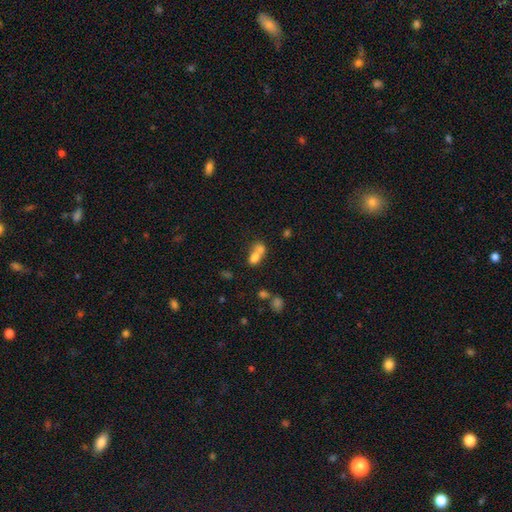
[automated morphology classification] Smooth or featured: smooth — 72% (featured or disk — 17%)
How rounded: in between — 67% (round — 30%)
Merging: merger — 68% (none — 21%)